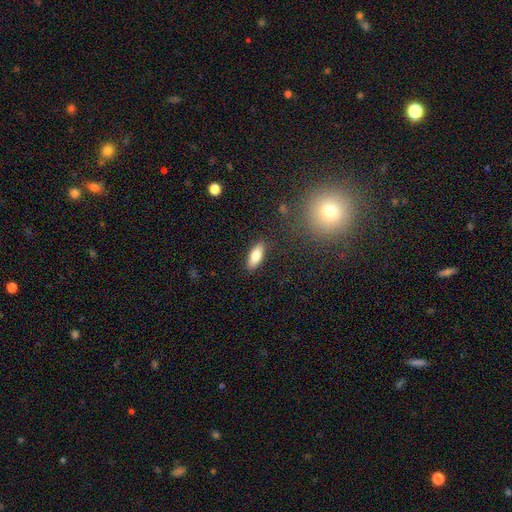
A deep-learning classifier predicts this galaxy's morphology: This is likely a smooth galaxy (78%). How rounded: likely in between (75%). Merging: clearly none (87%).